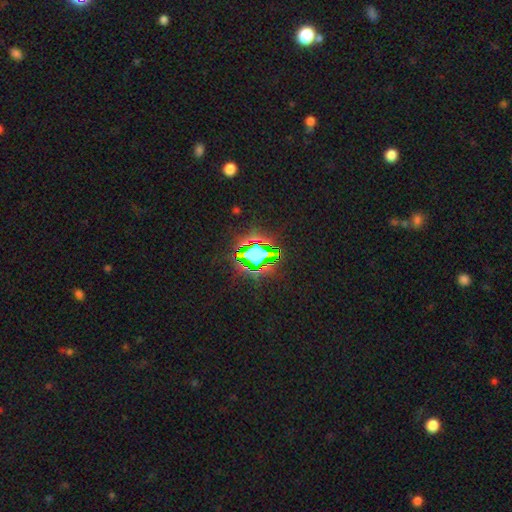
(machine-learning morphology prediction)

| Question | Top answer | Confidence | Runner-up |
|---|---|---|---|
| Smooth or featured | star or artifact | 71% | smooth (16%) |